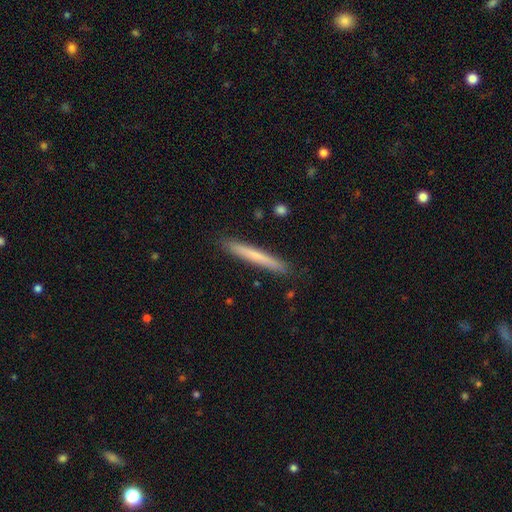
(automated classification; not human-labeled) A smooth galaxy with no disk features (62%) that is cigar-shaped (97%).

Vote fractions:
- Smooth or featured? smooth: 62% / featured or disk: 32% / star or artifact: 6%
- How rounded? cigar-shaped: 97% / in between: 2% / round: 1%
- Merging? none: 91% / minor disturbance: 7% / major disturbance: 1% / merger: 1%